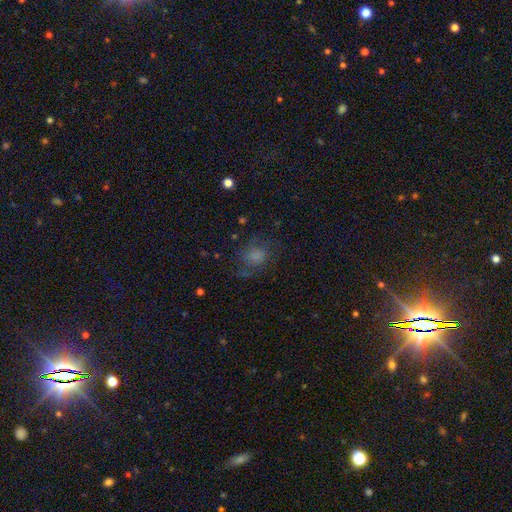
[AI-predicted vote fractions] Morphology: type=smooth (64%); roundness=round (59%); merging=none (57%).